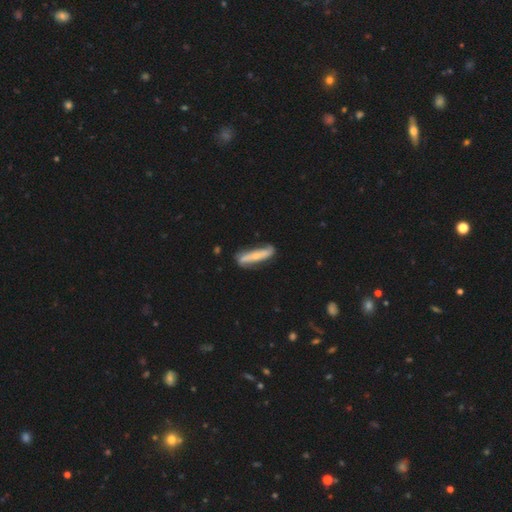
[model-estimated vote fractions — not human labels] This is possibly a featured or disk galaxy (56%). It is possibly not viewed edge-on (52%). Merging: likely none (72%).